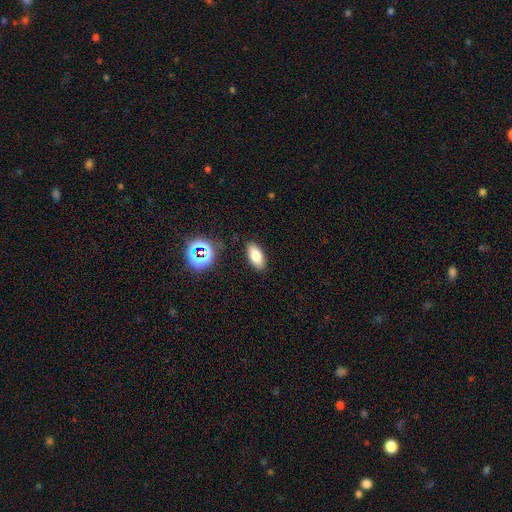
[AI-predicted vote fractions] smooth 77%, star or artifact 12%, featured or disk 11%. Down the decision tree: how rounded — in between (89%); merging — none (86%).